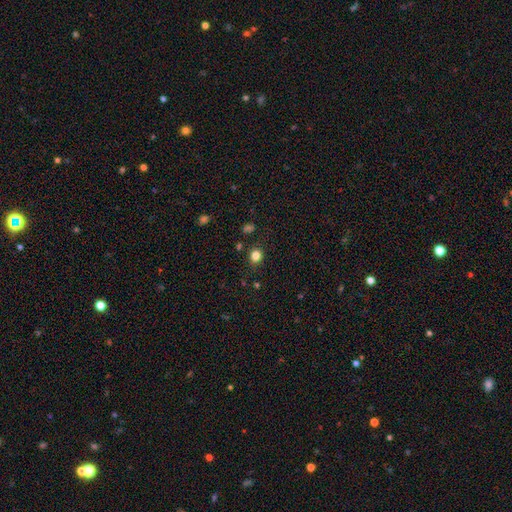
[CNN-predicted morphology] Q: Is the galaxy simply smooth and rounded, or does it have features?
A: smooth — 82%.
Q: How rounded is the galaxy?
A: round — 72%.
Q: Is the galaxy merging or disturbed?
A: none — 85%.